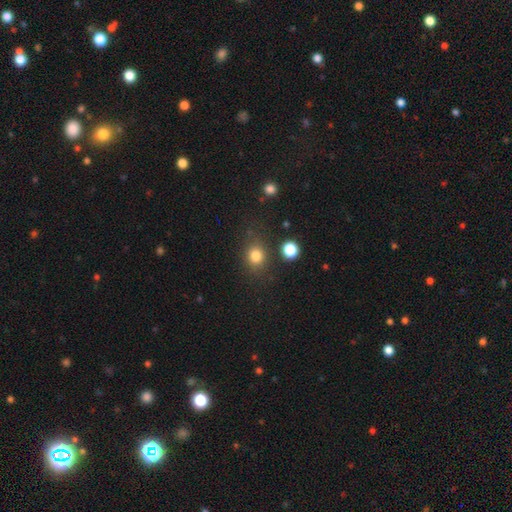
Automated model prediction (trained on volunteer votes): Smooth or featured: smooth — 81% (star or artifact — 13%)
How rounded: round — 71% (in between — 28%)
Merging: none — 78% (minor disturbance — 12%)